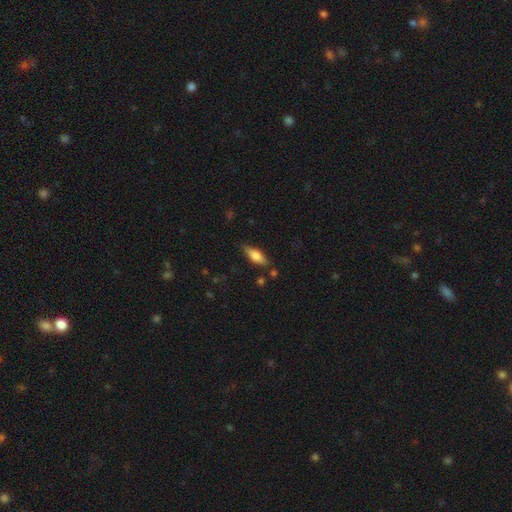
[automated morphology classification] Smooth or featured?
  - smooth: 72% *
  - featured or disk: 21%
  - star or artifact: 7%
How rounded?
  - in between: 67% *
  - cigar-shaped: 30%
  - round: 2%
Merging?
  - none: 75% *
  - minor disturbance: 18%
  - major disturbance: 4%
  - merger: 3%